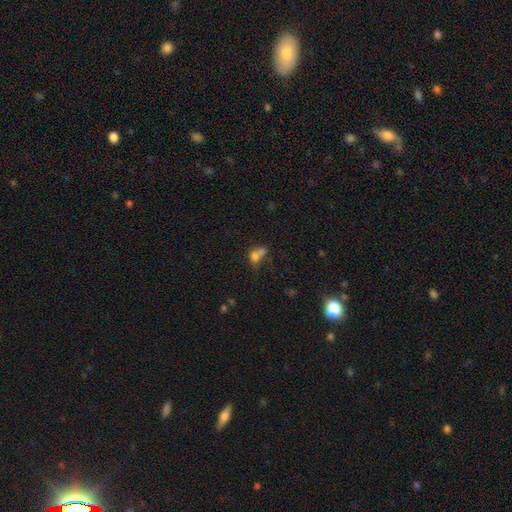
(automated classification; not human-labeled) Overall: smooth (69%). How rounded: in between (58%; round 38%). Merging: merger (50%; none 24%).